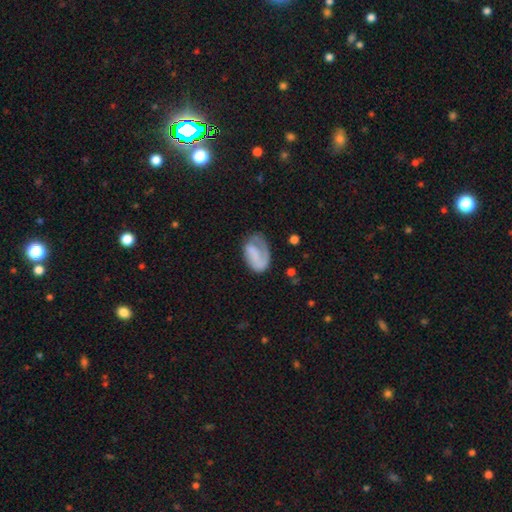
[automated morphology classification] A smooth galaxy with no disk features (49%).

Vote fractions:
- Smooth or featured? smooth: 49% / featured or disk: 43% / star or artifact: 7%
- Merging? none: 45% / minor disturbance: 27% / major disturbance: 25% / merger: 3%